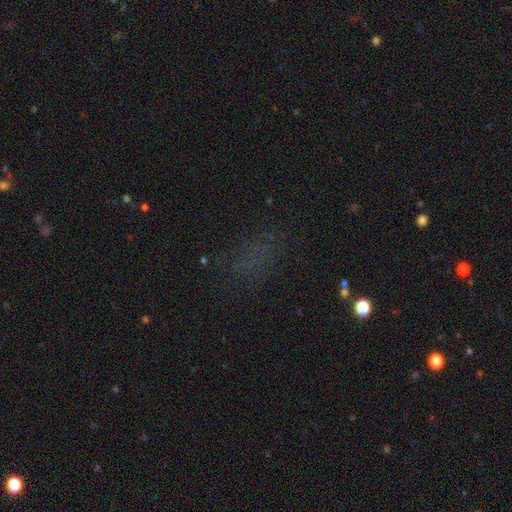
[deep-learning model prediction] The model was most divided on "smooth or featured": smooth: 44%, star or artifact: 43%, featured or disk: 13%. More confident: merging — none (68%).